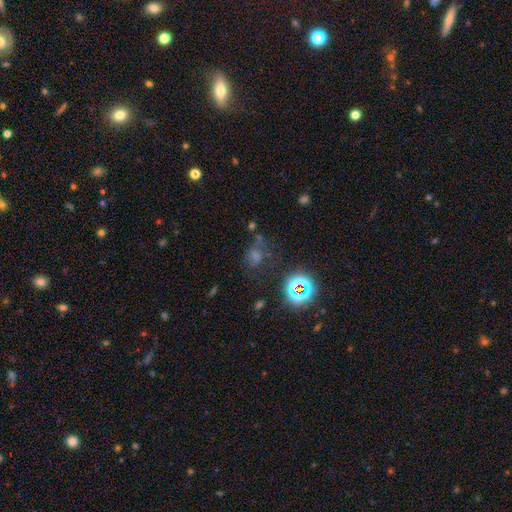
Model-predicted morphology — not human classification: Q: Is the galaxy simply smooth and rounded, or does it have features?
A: star or artifact — 47%.